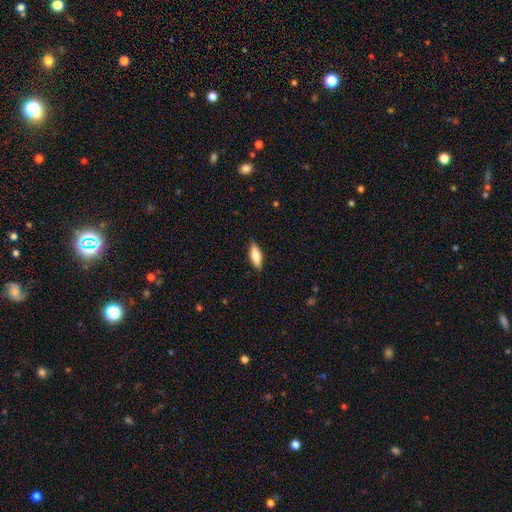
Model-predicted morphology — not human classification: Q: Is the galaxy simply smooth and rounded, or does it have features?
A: smooth — 79%.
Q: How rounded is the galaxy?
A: in between — 67%.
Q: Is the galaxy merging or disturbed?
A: none — 88%.